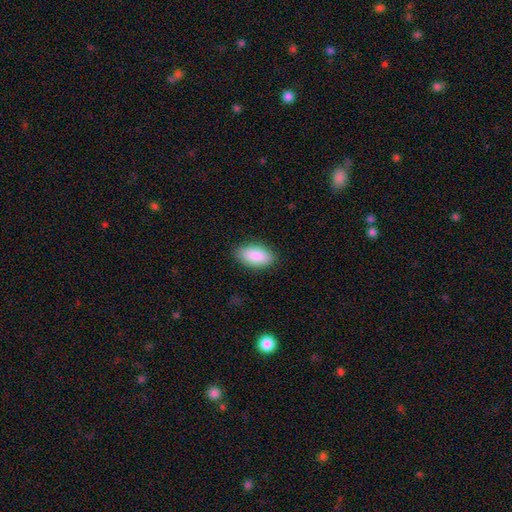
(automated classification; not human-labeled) Morphology: type=smooth (90%); roundness=in between (94%); merging=none (86%).